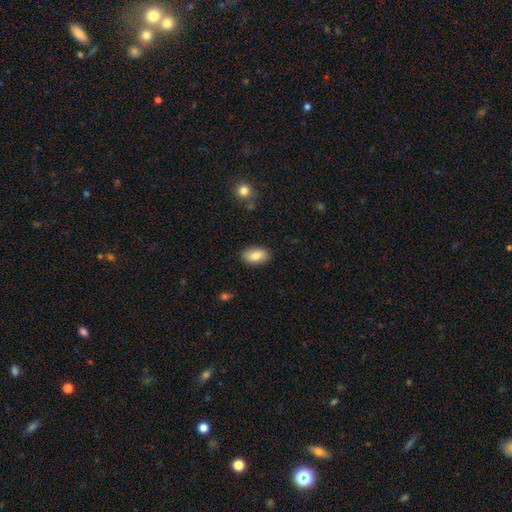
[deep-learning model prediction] Q: Smooth or featured?
A: smooth (83%); runner-up: featured or disk (11%)
Q: How rounded?
A: in between (92%); runner-up: round (5%)
Q: Merging?
A: none (86%); runner-up: minor disturbance (10%)